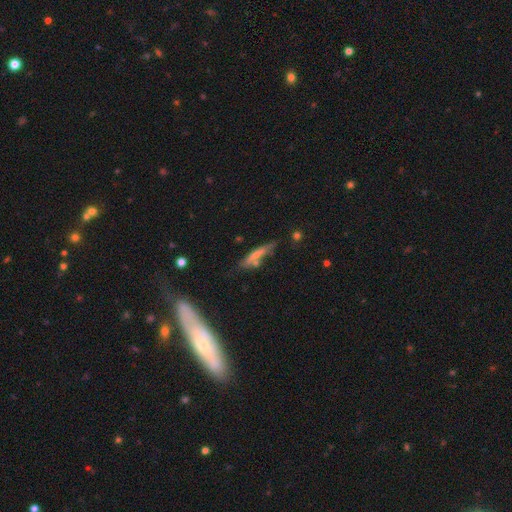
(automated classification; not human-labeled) smooth_or_featured: smooth (p=0.58) [alt: featured or disk p=0.33]
how_rounded: cigar-shaped (p=0.83) [alt: in between p=0.14]
merging: none (p=0.62) [alt: minor disturbance p=0.20]